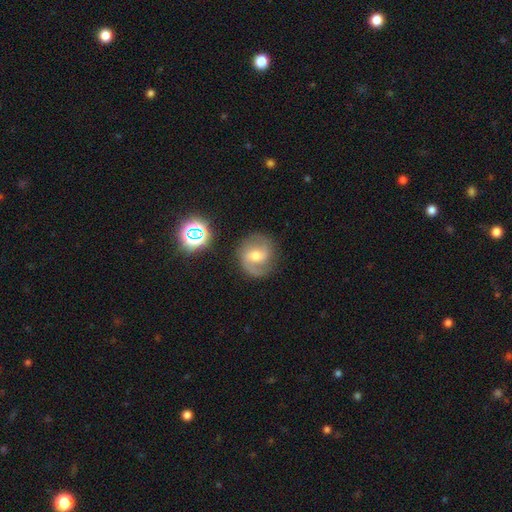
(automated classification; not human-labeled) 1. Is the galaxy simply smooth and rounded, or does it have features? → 74% featured or disk, 16% smooth, 9% star or artifact.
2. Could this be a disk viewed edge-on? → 98% no, 2% yes.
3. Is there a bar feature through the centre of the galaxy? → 52% weak, 31% no, 17% strong.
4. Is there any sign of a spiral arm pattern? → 94% yes, 6% no.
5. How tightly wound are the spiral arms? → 52% medium, 24% loose, 24% tight.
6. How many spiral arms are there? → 82% 2, 8% 1, 6% can't tell, 2% 3, 1% 4, 1% more than 4.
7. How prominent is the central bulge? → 66% moderate, 26% small, 5% large, 2% none, 1% dominant.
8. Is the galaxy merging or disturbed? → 79% none, 13% minor disturbance, 5% major disturbance, 2% merger.